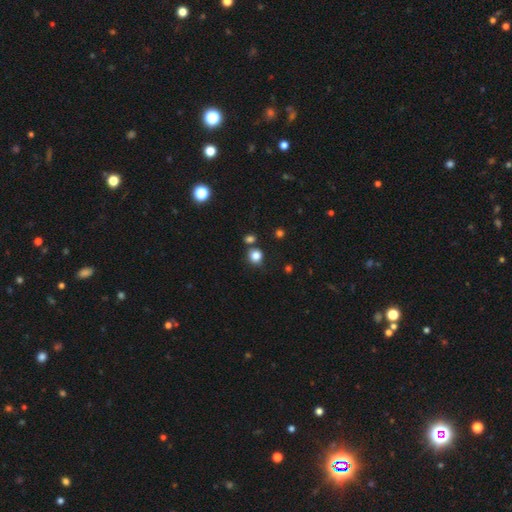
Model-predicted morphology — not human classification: A smooth galaxy with no disk features (83%) that is round (83%). Merging: none (73%).